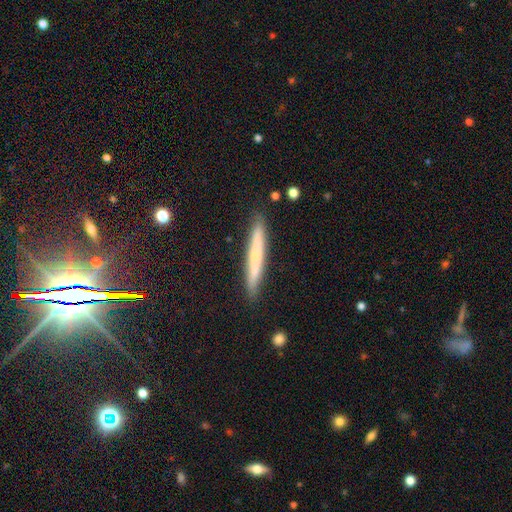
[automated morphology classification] smooth-or-featured: smooth: 57% | featured or disk: 35% | star or artifact: 8%
  how-rounded: cigar-shaped: 95% | in between: 3% | round: 1%
  merging: none: 89% | minor disturbance: 8% | major disturbance: 2% | merger: 1%